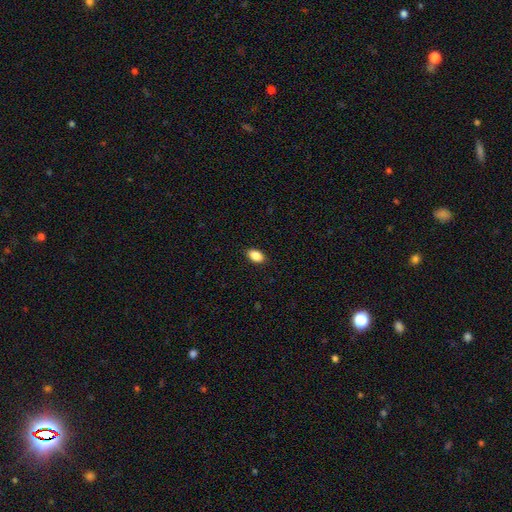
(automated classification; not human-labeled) This is clearly a smooth galaxy (88%). How rounded: clearly in between (91%). Merging: clearly none (89%).